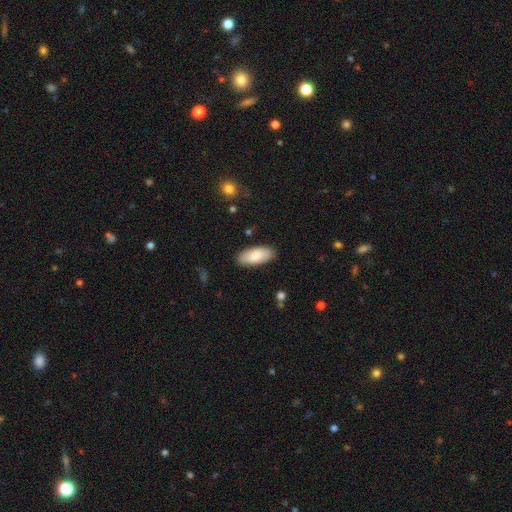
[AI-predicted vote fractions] This is clearly a smooth galaxy (84%). How rounded: clearly in between (87%). Merging: clearly none (87%).